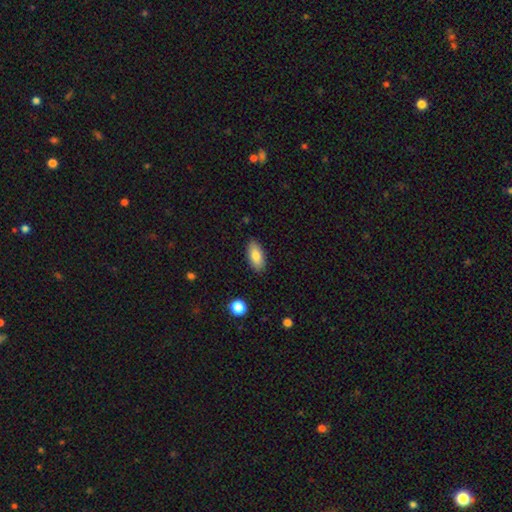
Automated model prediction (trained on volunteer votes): Morphology: type=smooth (81%); roundness=in between (90%); merging=none (87%).